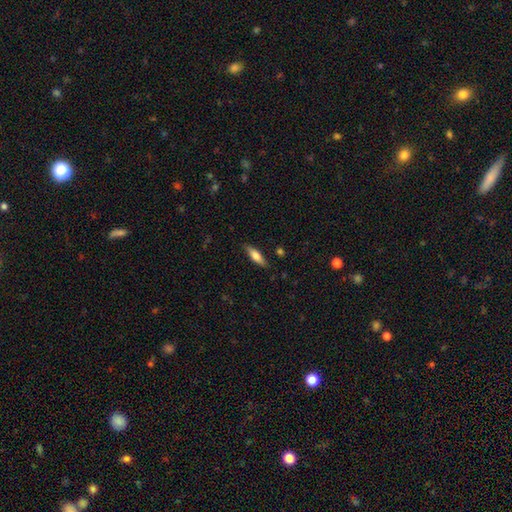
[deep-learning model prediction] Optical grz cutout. It shows a smooth galaxy with no disk features (64%) that is cigar-shaped (55%). Merging: none (84%).